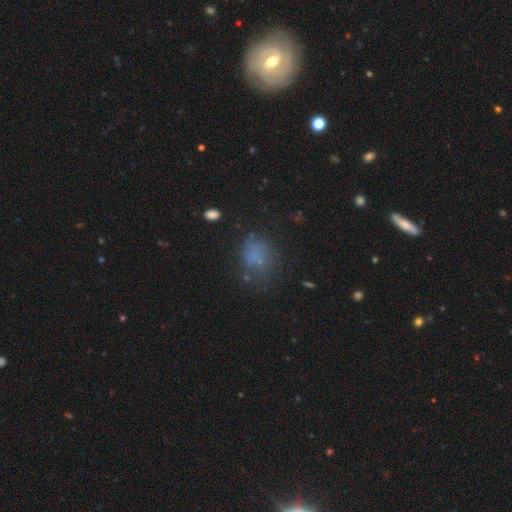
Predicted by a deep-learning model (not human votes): Smooth or featured? Predicted: smooth (p=0.63). How rounded? Predicted: round (p=0.54). Merging? Predicted: none (p=0.57).